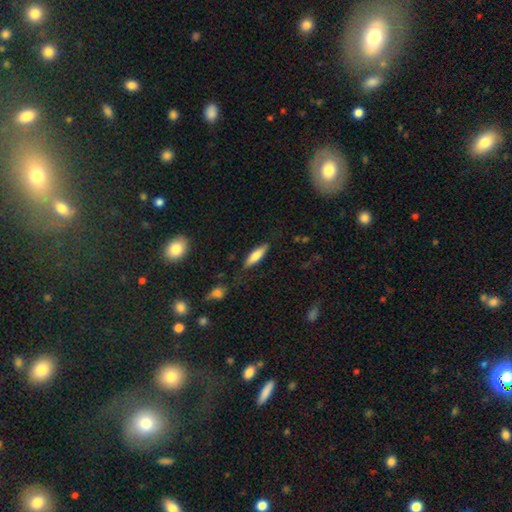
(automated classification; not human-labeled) smooth 73%, featured or disk 21%, star or artifact 6%. Down the decision tree: how rounded — cigar-shaped (56%); merging — none (80%).